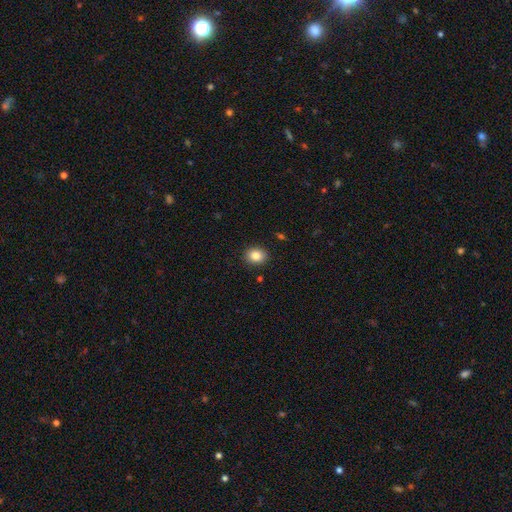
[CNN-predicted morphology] type=smooth (84%); roundness=round (55%); merging=none (90%).